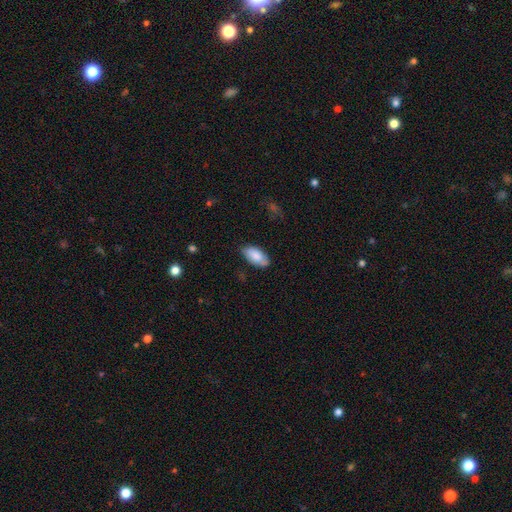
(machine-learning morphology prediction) A smooth galaxy with no disk features (83%) that is in between round and cigar-shaped (94%).

Vote fractions:
- Smooth or featured? smooth: 83% / featured or disk: 11% / star or artifact: 6%
- How rounded? in between: 94% / cigar-shaped: 4% / round: 2%
- Merging? none: 76% / minor disturbance: 19% / major disturbance: 3% / merger: 1%